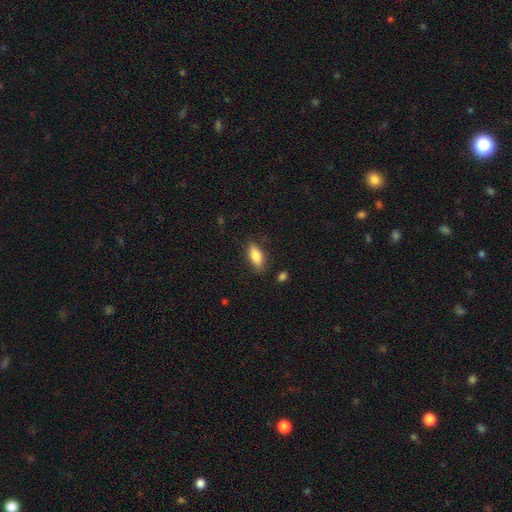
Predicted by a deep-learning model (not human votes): Smooth or featured?
  - smooth: 77% *
  - featured or disk: 16%
  - star or artifact: 7%
How rounded?
  - in between: 76% *
  - cigar-shaped: 21%
  - round: 3%
Merging?
  - none: 82% *
  - minor disturbance: 14%
  - major disturbance: 3%
  - merger: 2%